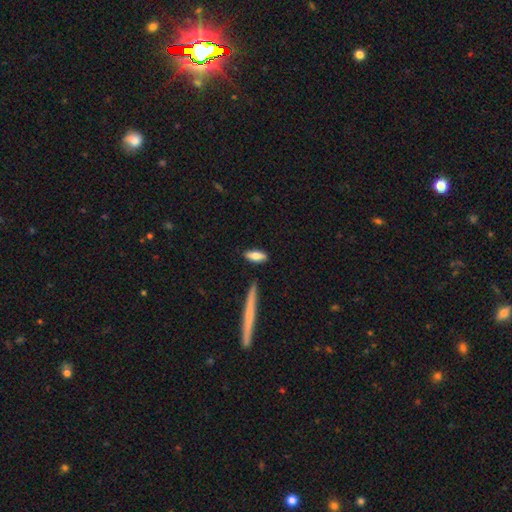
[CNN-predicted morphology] Smooth or featured?
  - smooth: 79% *
  - featured or disk: 15%
  - star or artifact: 6%
How rounded?
  - in between: 68% *
  - cigar-shaped: 30%
  - round: 3%
Merging?
  - none: 83% *
  - minor disturbance: 11%
  - merger: 3%
  - major disturbance: 2%